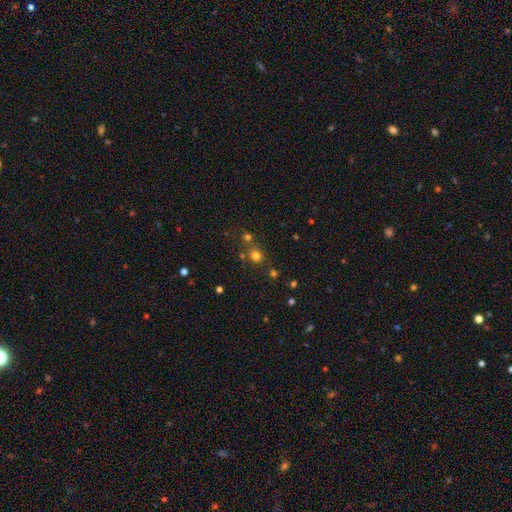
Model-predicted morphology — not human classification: A smooth galaxy with no disk features (71%) that is round (84%). Merging: none (69%).